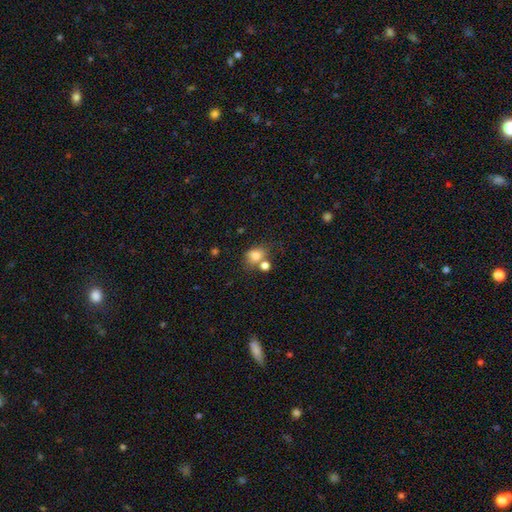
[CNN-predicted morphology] Q: Smooth or featured?
A: smooth (79%); runner-up: star or artifact (12%)
Q: How rounded?
A: in between (54%); runner-up: round (45%)
Q: Merging?
A: none (46%); runner-up: merger (29%)